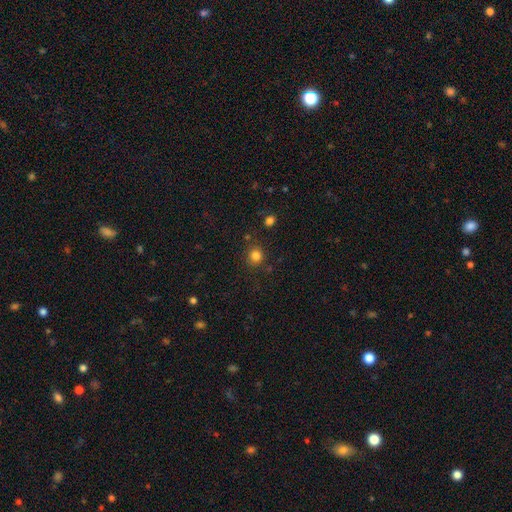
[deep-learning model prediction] smooth 82%, star or artifact 13%, featured or disk 5%. Down the decision tree: how rounded — round (88%); merging — none (84%).